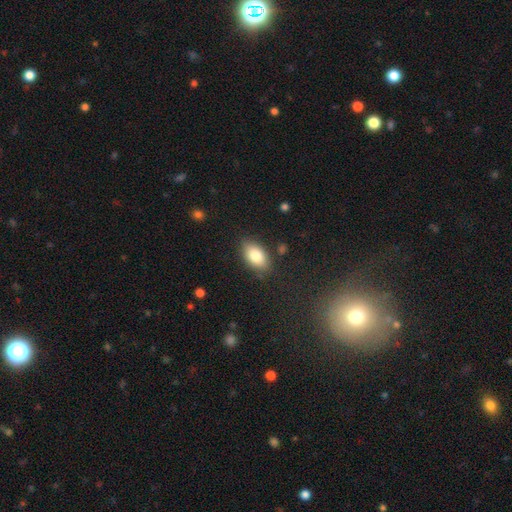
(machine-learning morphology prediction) A smooth galaxy with no disk features (82%) that is in between round and cigar-shaped (91%).

Vote fractions:
- Smooth or featured? smooth: 82% / featured or disk: 11% / star or artifact: 7%
- How rounded? in between: 91% / round: 6% / cigar-shaped: 3%
- Merging? none: 82% / minor disturbance: 13% / major disturbance: 3% / merger: 2%